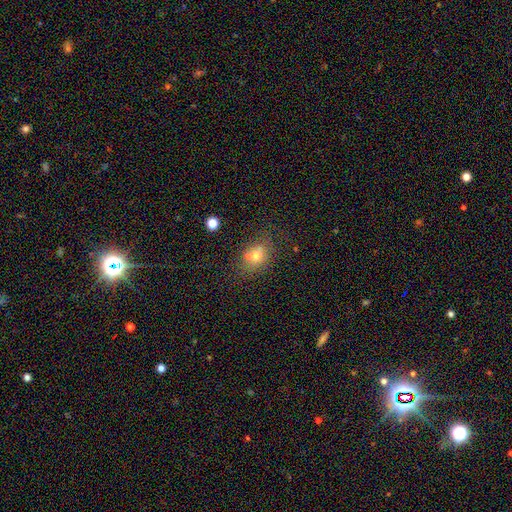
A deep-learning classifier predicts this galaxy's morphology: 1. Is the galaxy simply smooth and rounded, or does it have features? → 68% smooth, 18% featured or disk, 15% star or artifact.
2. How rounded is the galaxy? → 50% in between, 49% round, 1% cigar-shaped.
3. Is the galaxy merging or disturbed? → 56% none, 24% merger, 15% minor disturbance, 5% major disturbance.